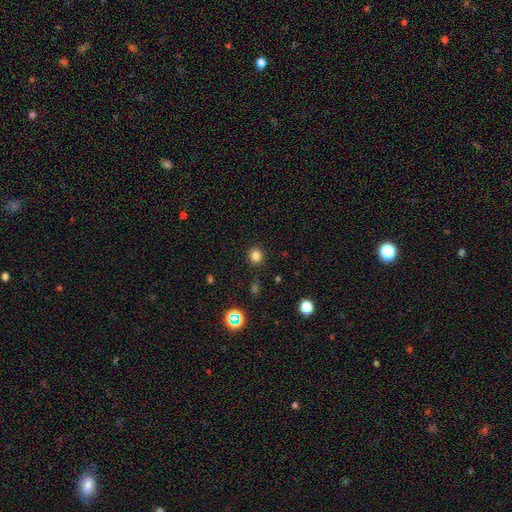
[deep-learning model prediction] Morphology: type=smooth (80%); roundness=round (92%); merging=none (88%).